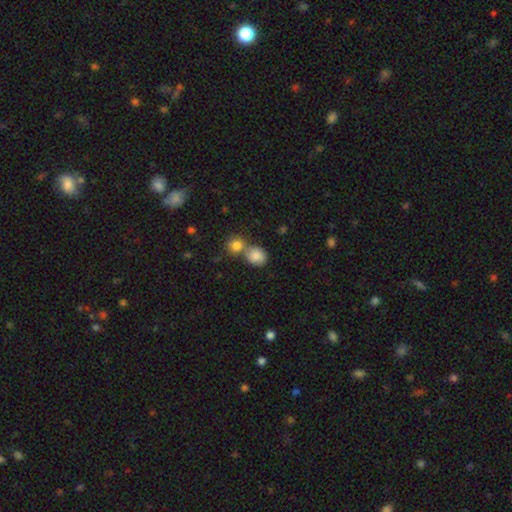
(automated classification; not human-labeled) Morphology: type=smooth (84%); roundness=round (60%); merging=merger (45%).